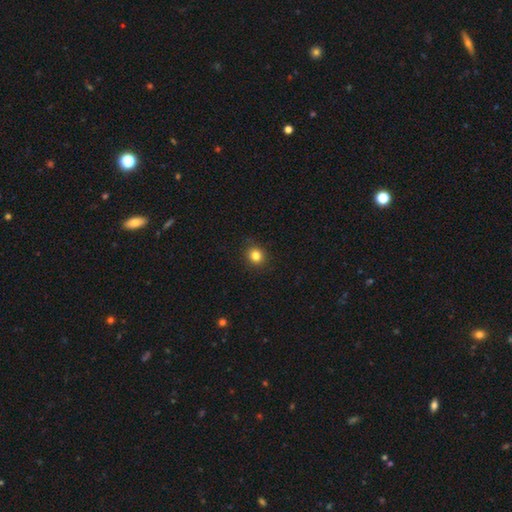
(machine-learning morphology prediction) smooth 83%, star or artifact 12%, featured or disk 5%. Down the decision tree: how rounded — round (82%); merging — none (89%).